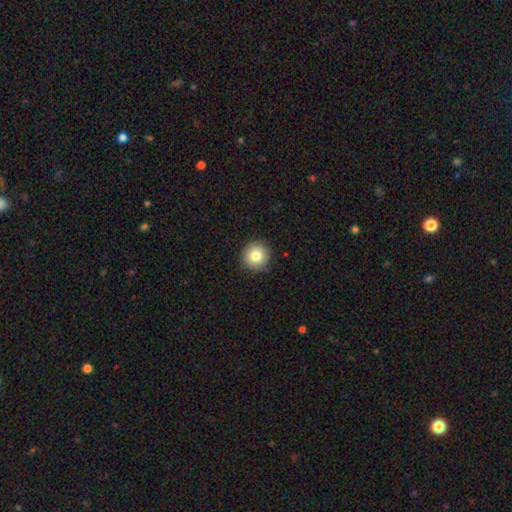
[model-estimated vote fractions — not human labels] smooth-or-featured: smooth: 82% | star or artifact: 10% | featured or disk: 8%
  how-rounded: round: 95% | in between: 4% | cigar-shaped: 1%
  merging: none: 91% | minor disturbance: 6% | major disturbance: 2% | merger: 1%